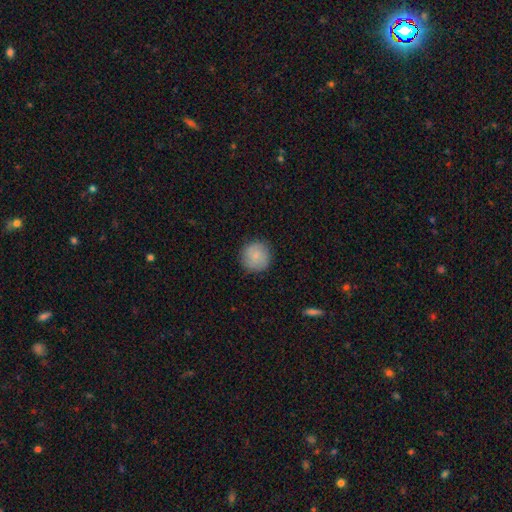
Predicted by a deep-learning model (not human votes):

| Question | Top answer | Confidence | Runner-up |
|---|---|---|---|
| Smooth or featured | smooth | 84% | featured or disk (9%) |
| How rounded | round | 94% | in between (5%) |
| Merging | none | 87% | minor disturbance (9%) |